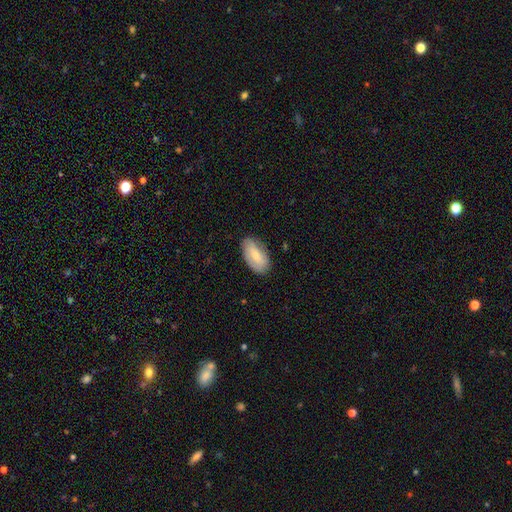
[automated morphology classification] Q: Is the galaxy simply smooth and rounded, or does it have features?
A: smooth — 56%.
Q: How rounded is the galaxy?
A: in between — 92%.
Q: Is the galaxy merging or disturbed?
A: none — 80%.